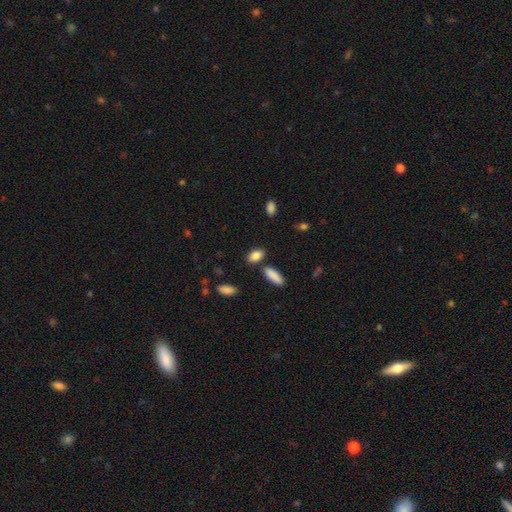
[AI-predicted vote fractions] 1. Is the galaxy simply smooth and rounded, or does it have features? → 86% smooth, 8% star or artifact, 6% featured or disk.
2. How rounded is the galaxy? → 84% in between, 9% round, 7% cigar-shaped.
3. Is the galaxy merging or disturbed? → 78% none, 11% minor disturbance, 8% merger, 3% major disturbance.